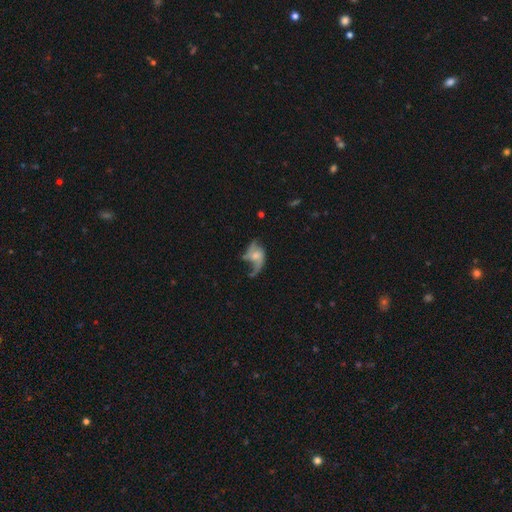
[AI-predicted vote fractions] This is likely a featured or disk galaxy (69%). It is clearly not viewed edge-on (96%). Bar: likely no (63%). Spiral arm pattern: clearly yes (83%). Spiral arm count: likely 2 (60%). Spiral winding: likely loose (76%). Central bulge: marginally small (40%). Merging: marginally major disturbance (40%).